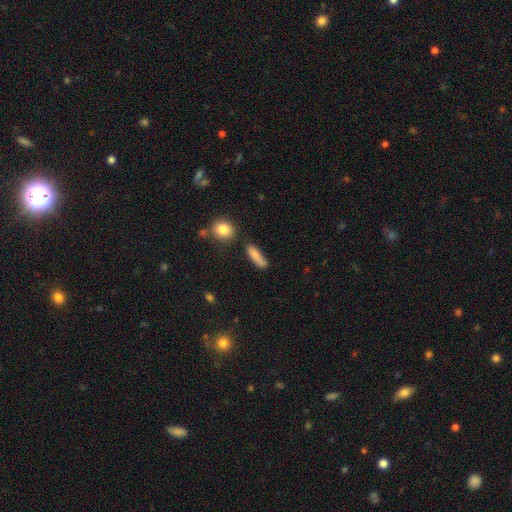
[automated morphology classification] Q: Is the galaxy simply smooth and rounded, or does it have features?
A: smooth — 82%.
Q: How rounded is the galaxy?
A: cigar-shaped — 57%.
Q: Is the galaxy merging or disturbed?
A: none — 69%.